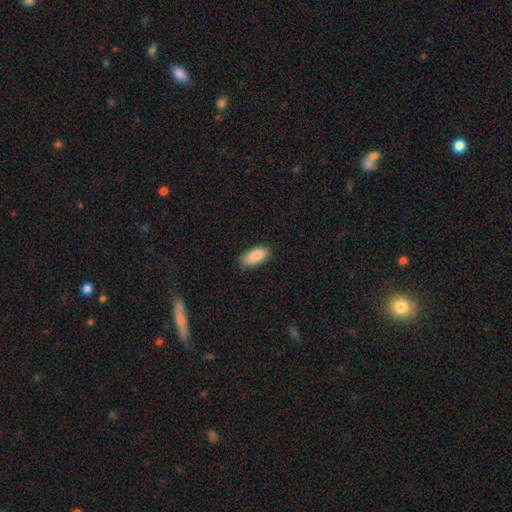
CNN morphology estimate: Overall: smooth (89%). How rounded: in between (88%). Merging: none (85%).